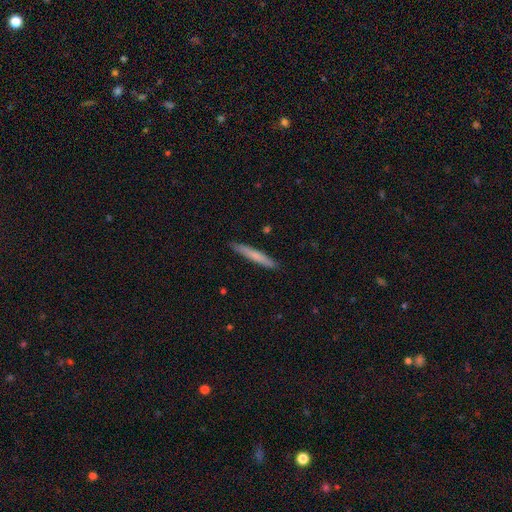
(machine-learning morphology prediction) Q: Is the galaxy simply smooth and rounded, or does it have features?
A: smooth — 69%.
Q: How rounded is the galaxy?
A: cigar-shaped — 96%.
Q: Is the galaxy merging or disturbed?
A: none — 89%.